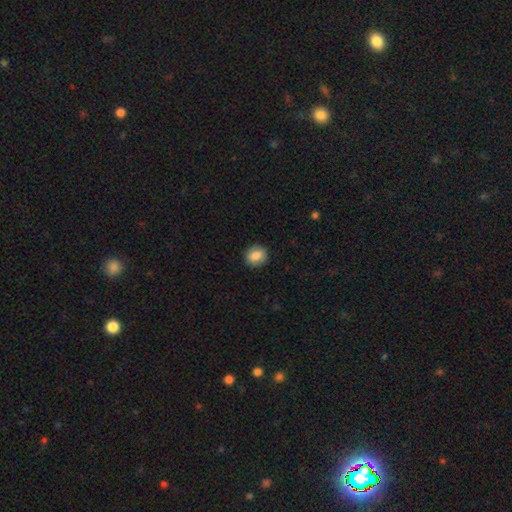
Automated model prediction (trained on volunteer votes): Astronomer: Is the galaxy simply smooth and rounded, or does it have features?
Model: smooth — 85%.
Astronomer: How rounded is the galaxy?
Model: round — 78%.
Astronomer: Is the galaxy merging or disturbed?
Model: none — 90%.